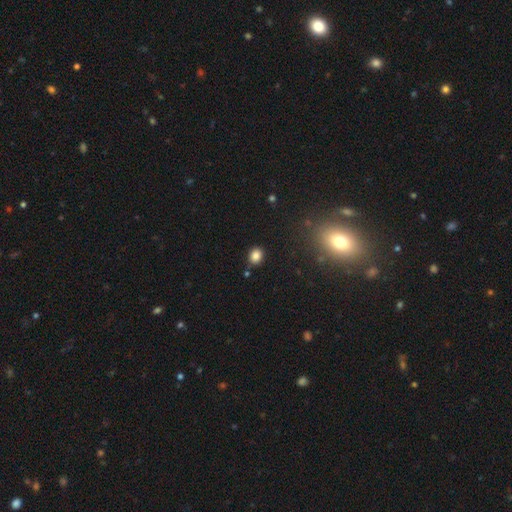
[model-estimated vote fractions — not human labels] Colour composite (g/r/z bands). It shows a smooth galaxy with no disk features (84%) that is round (58%). Merging: none (85%).